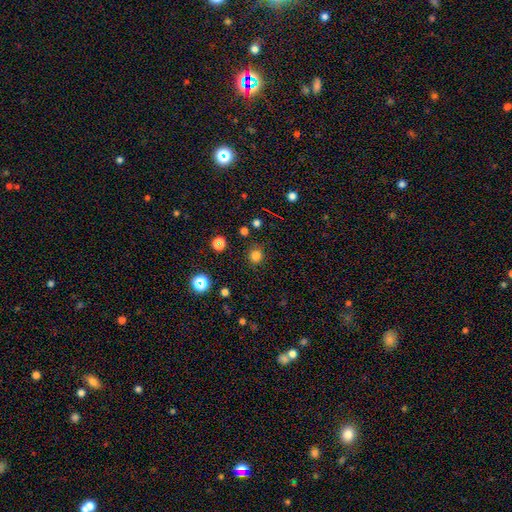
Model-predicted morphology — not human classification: A smooth galaxy with no disk features (78%) that is round (91%).

Vote fractions:
- Smooth or featured? smooth: 78% / star or artifact: 18% / featured or disk: 5%
- How rounded? round: 91% / in between: 8% / cigar-shaped: 1%
- Merging? none: 88% / minor disturbance: 7% / major disturbance: 3% / merger: 2%